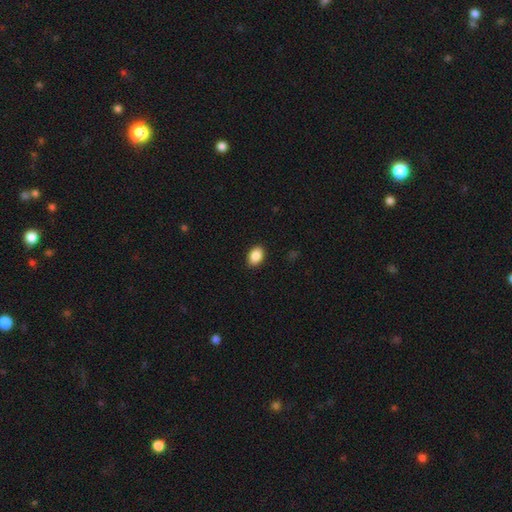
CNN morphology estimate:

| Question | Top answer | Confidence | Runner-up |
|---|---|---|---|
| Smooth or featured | smooth | 89% | star or artifact (7%) |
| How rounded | in between | 83% | round (16%) |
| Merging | none | 90% | minor disturbance (7%) |